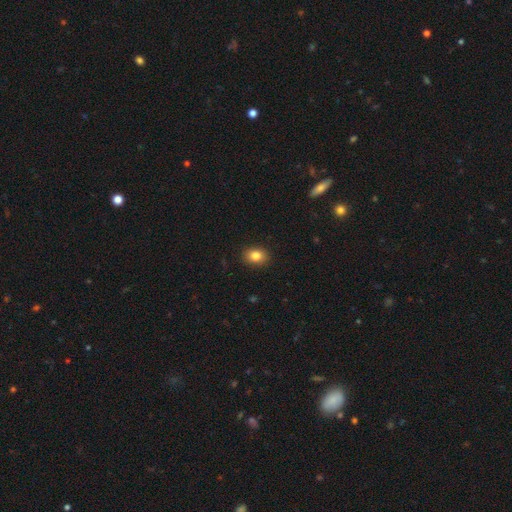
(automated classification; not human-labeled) Smooth or featured? Predicted: smooth (p=0.84). How rounded? Predicted: in between (p=0.62). Merging? Predicted: none (p=0.90).